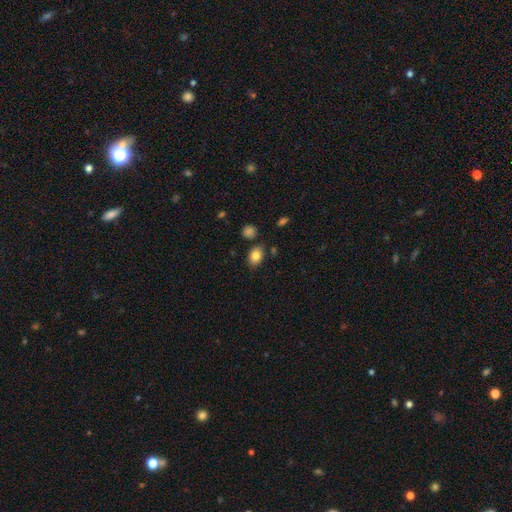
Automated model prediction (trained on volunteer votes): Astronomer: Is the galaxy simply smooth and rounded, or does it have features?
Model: smooth — 83%.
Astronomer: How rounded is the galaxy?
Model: in between — 76%.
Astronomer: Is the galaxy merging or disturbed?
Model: none — 79%.